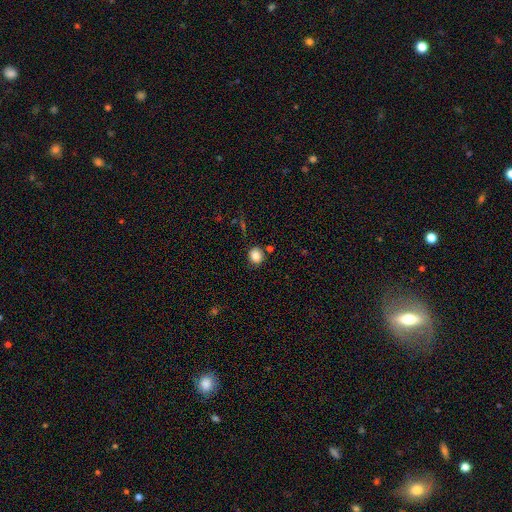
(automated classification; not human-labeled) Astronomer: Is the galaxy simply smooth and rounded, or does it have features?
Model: smooth — 85%.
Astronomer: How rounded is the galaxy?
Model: round — 76%.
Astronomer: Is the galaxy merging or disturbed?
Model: none — 81%.